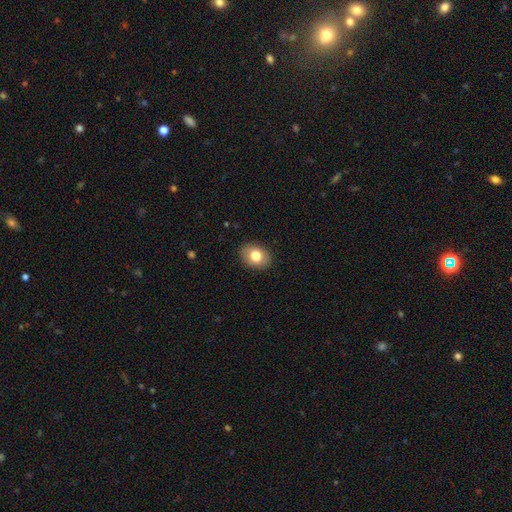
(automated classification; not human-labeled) Overall: smooth (78%). How rounded: in between (61%; round 38%). Merging: none (88%).